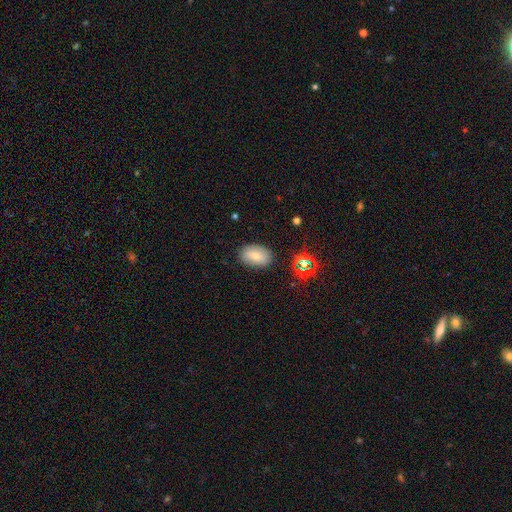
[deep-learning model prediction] Smooth or featured?
  - smooth: 69% *
  - featured or disk: 20%
  - star or artifact: 11%
How rounded?
  - in between: 88% *
  - round: 11%
  - cigar-shaped: 1%
Merging?
  - none: 85% *
  - minor disturbance: 11%
  - major disturbance: 3%
  - merger: 2%